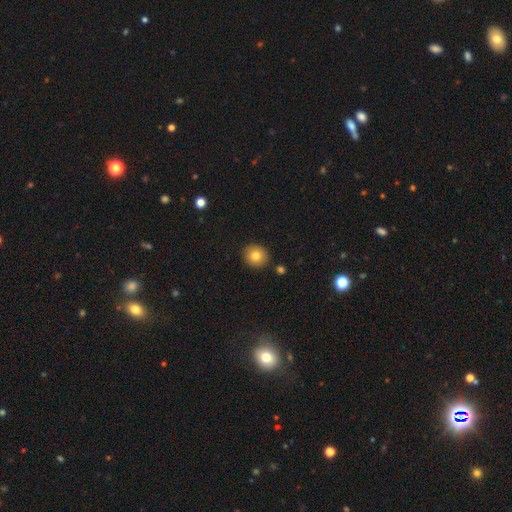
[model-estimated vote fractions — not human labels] Smooth or featured? Predicted: smooth (p=0.80). How rounded? Predicted: round (p=0.86). Merging? Predicted: none (p=0.88).